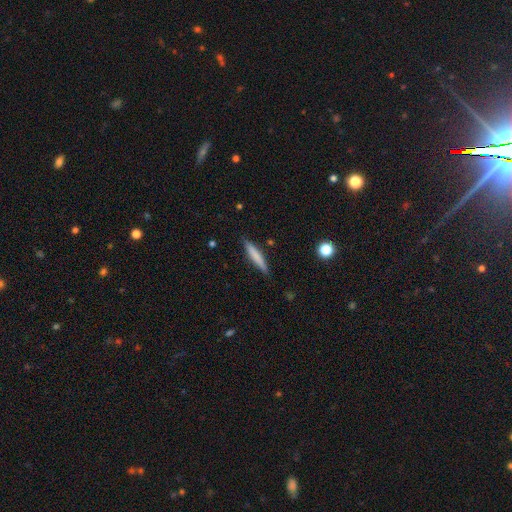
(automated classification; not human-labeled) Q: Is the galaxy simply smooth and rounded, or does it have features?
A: smooth — 68%.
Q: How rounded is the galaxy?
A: cigar-shaped — 92%.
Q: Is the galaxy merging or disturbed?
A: none — 87%.